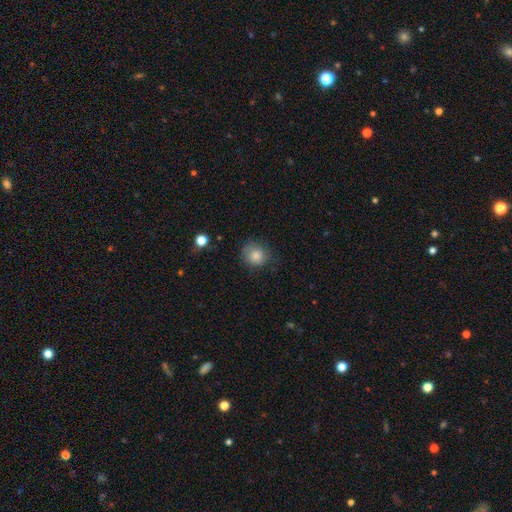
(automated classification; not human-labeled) A smooth galaxy with no disk features (82%) that is round (82%).

Vote fractions:
- Smooth or featured? smooth: 82% / star or artifact: 9% / featured or disk: 9%
- How rounded? round: 82% / in between: 17% / cigar-shaped: 1%
- Merging? none: 71% / minor disturbance: 22% / major disturbance: 6% / merger: 1%